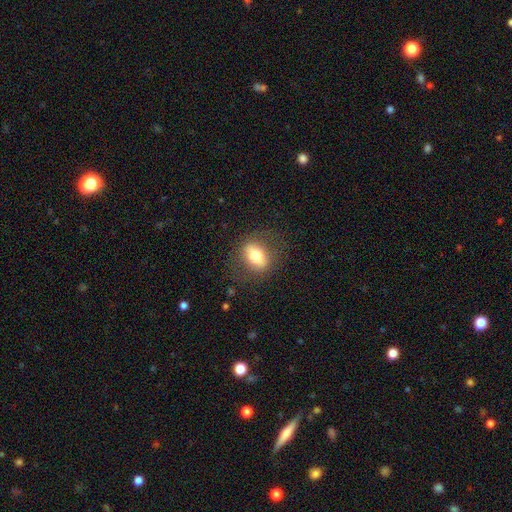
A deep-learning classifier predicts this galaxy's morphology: Smooth or featured: smooth — 60% (featured or disk — 31%)
How rounded: in between — 71% (round — 25%)
Merging: none — 79% (minor disturbance — 13%)